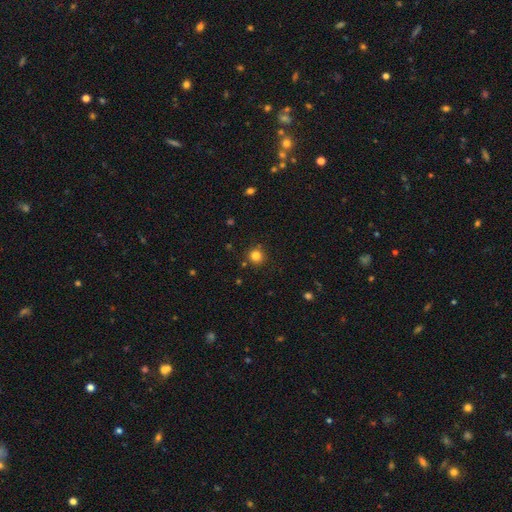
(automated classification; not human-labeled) smooth 82%, star or artifact 13%, featured or disk 5%. Down the decision tree: how rounded — round (93%); merging — none (88%).